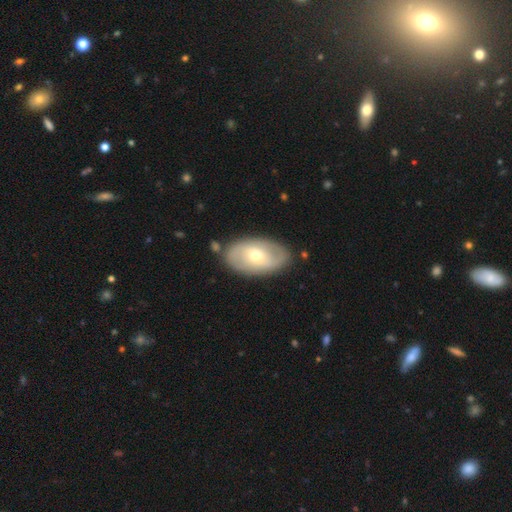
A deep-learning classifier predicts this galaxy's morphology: featured or disk 57%, smooth 37%, star or artifact 6%. Down the decision tree: edge-on disk — no (93%); bar — no (51%); spiral arms — yes (65%); bulge size — moderate (60%); merging — none (82%).